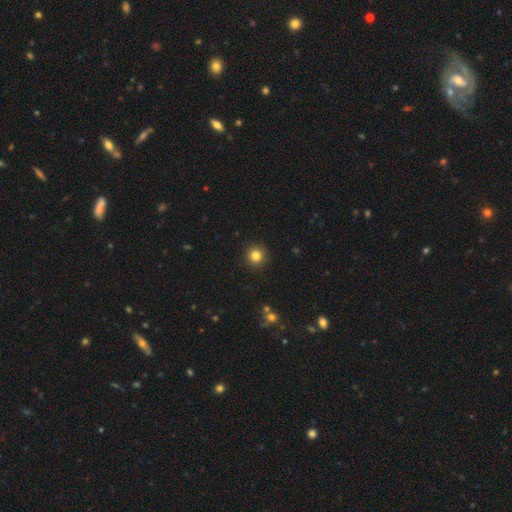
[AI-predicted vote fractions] This appears to be a smooth galaxy with no disk features (82%) that is round (95%). Merging: none (92%).